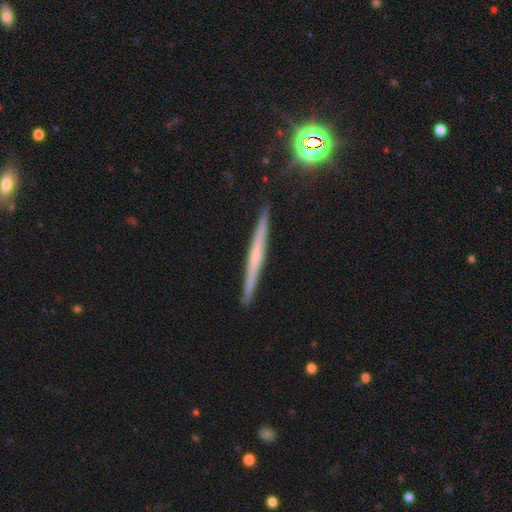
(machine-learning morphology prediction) The model was most divided on "smooth or featured": featured or disk: 58%, smooth: 31%, star or artifact: 10%. More confident: edge-on disk — yes (97%); merging — none (91%); edge-on bulge — none (67%).